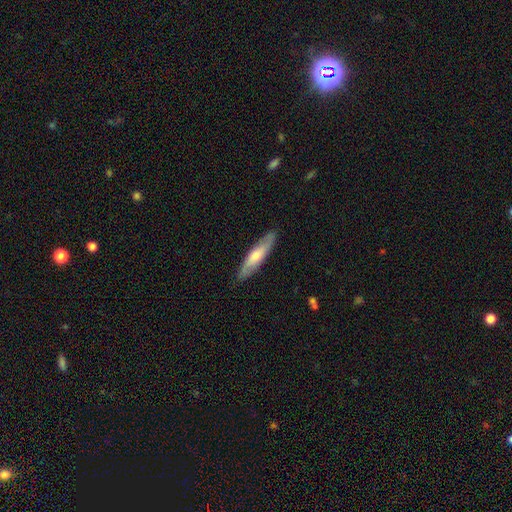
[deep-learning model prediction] Smooth or featured? Predicted: smooth (p=0.52). How rounded? Predicted: cigar-shaped (p=0.79). Merging? Predicted: none (p=0.87).